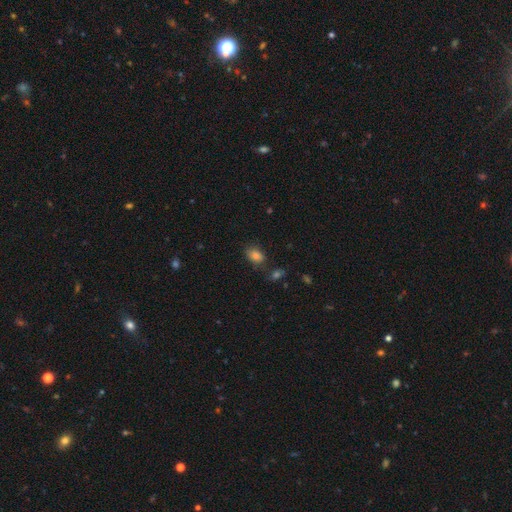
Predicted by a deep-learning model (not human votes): smooth-or-featured: smooth: 82% | star or artifact: 11% | featured or disk: 7%
  how-rounded: in between: 78% | round: 20% | cigar-shaped: 1%
  merging: none: 71% | minor disturbance: 17% | merger: 7% | major disturbance: 5%